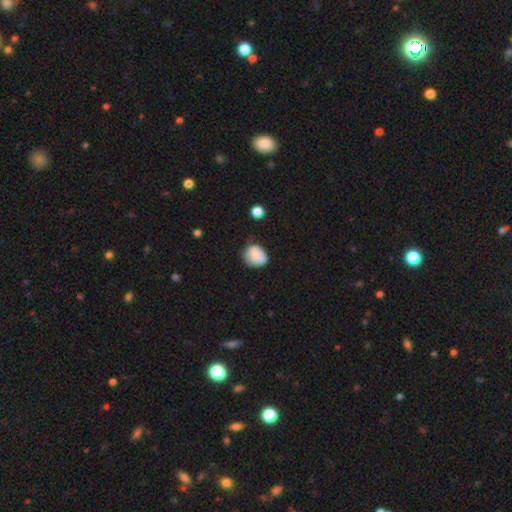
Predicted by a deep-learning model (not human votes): smooth_or_featured: smooth (p=0.67) [alt: featured or disk p=0.25]
how_rounded: round (p=0.68) [alt: in between p=0.31]
merging: none (p=0.50) [alt: minor disturbance p=0.33]